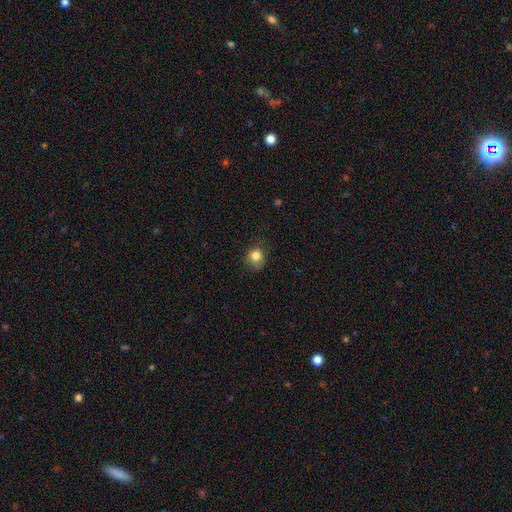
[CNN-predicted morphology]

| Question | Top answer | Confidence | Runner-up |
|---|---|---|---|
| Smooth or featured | smooth | 82% | star or artifact (12%) |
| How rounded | round | 83% | in between (16%) |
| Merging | none | 73% | minor disturbance (20%) |